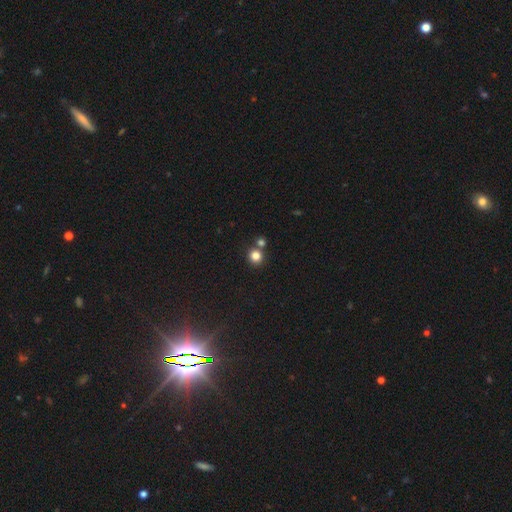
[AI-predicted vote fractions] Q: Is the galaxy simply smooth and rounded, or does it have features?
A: smooth — 82%.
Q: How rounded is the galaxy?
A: round — 91%.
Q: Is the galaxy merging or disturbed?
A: none — 71%.